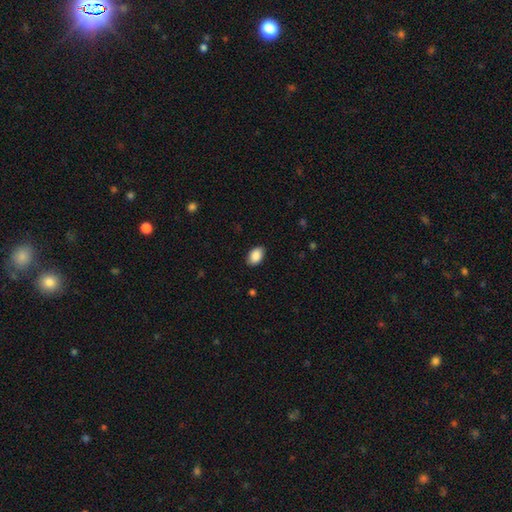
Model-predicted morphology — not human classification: Smooth or featured: smooth — 89% (star or artifact — 7%)
How rounded: in between — 90% (round — 9%)
Merging: none — 88% (minor disturbance — 9%)